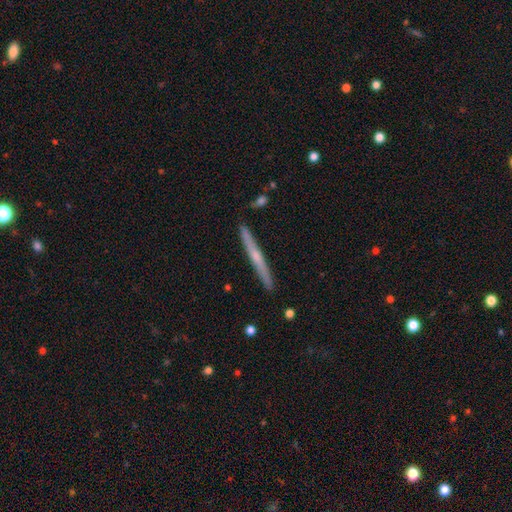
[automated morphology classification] type=featured or disk (60%); edge-on=yes (97%); edge-on bulge=rounded (53%); merging=none (90%).